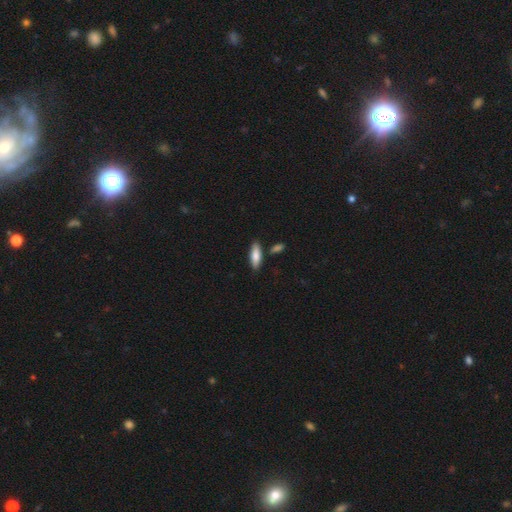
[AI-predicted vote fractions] The model was most divided on "how rounded": in between: 59%, cigar-shaped: 39%, round: 2%. More confident: merging — none (82%); smooth or featured — smooth (80%).